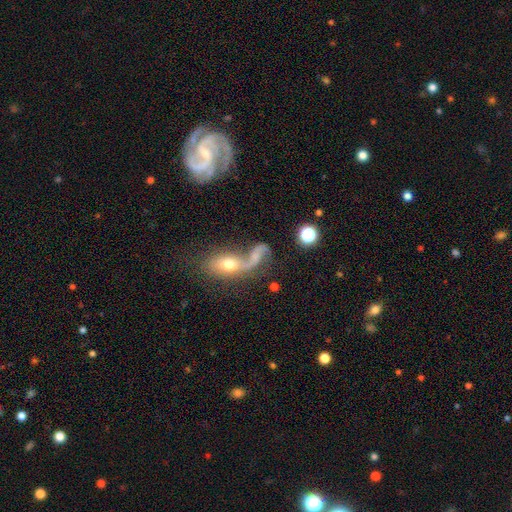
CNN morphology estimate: Smooth or featured? featured or disk (55%)
Edge-on disk? no (92%)
Bar? no (62%)
Spiral arms? yes (74%)
Bulge size? small (37%)
Merging? merger (60%)